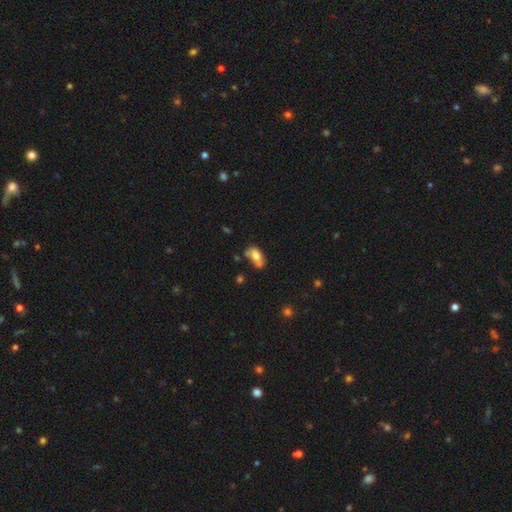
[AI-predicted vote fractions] Morphology: type=smooth (66%); roundness=in between (88%); merging=none (38%).